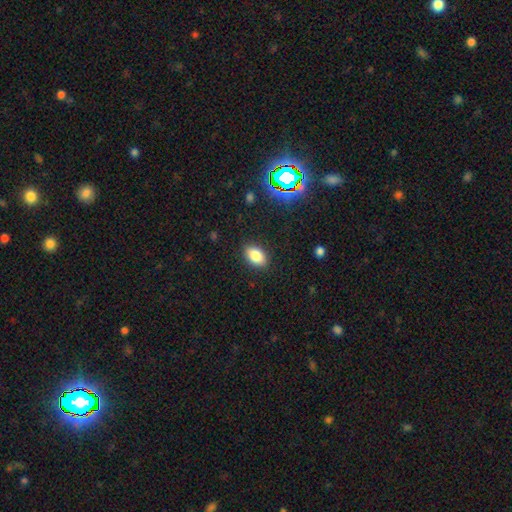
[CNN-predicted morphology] smooth 83%, star or artifact 10%, featured or disk 7%. Down the decision tree: how rounded — in between (89%); merging — none (87%).